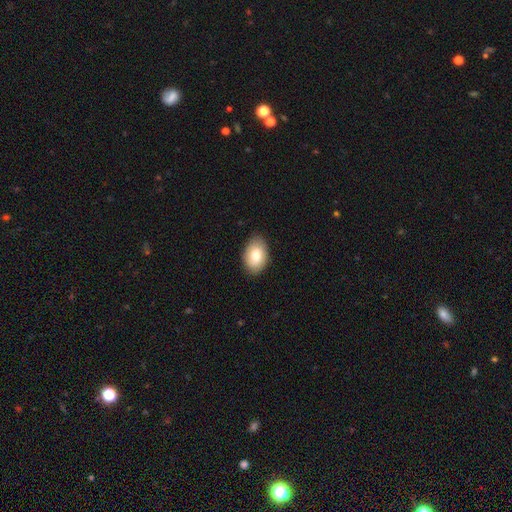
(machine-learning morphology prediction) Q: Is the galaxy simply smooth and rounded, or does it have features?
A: smooth — 80%.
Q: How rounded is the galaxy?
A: in between — 85%.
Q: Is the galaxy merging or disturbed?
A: none — 86%.